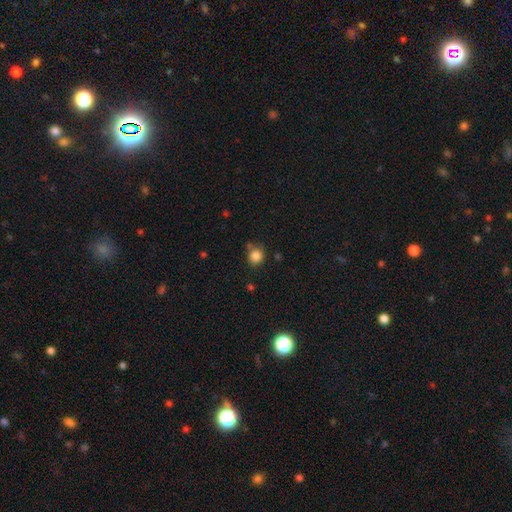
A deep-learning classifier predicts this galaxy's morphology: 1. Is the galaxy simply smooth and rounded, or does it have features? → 85% smooth, 11% star or artifact, 4% featured or disk.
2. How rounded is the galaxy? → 84% round, 15% in between, 1% cigar-shaped.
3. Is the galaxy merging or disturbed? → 73% none, 15% minor disturbance, 8% merger, 4% major disturbance.